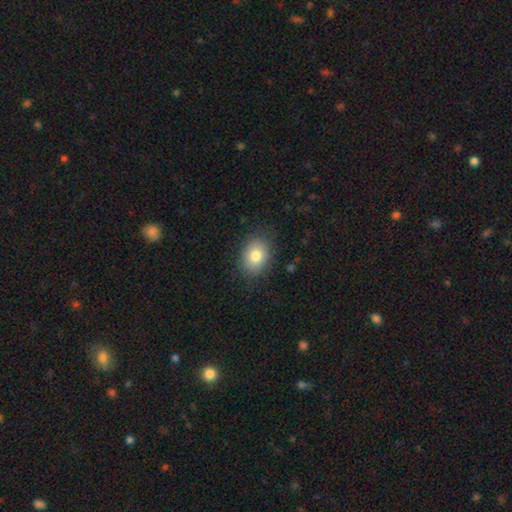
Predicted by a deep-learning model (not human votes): This is likely a smooth galaxy (80%). How rounded: likely in between (64%). Merging: clearly none (83%).